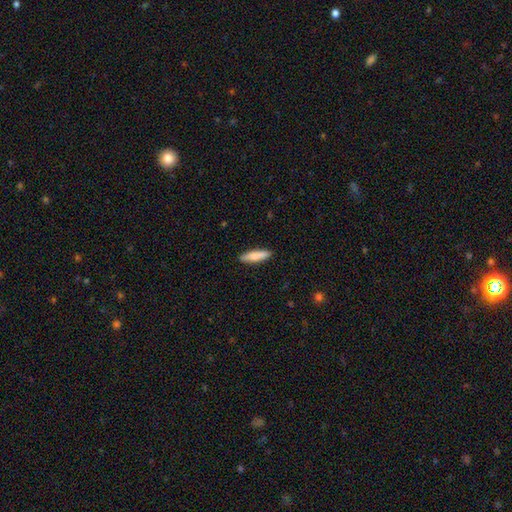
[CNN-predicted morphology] A smooth galaxy with no disk features (83%) that is cigar-shaped (75%).

Vote fractions:
- Smooth or featured? smooth: 83% / featured or disk: 12% / star or artifact: 5%
- How rounded? cigar-shaped: 75% / in between: 23% / round: 2%
- Merging? none: 90% / minor disturbance: 7% / major disturbance: 2% / merger: 1%